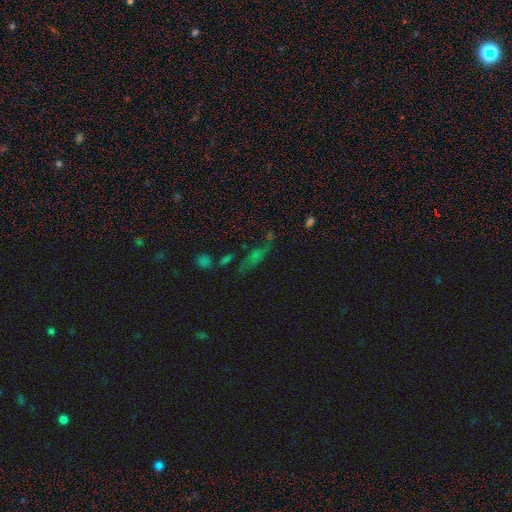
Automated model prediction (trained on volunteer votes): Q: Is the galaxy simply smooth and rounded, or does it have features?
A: star or artifact — 38%.